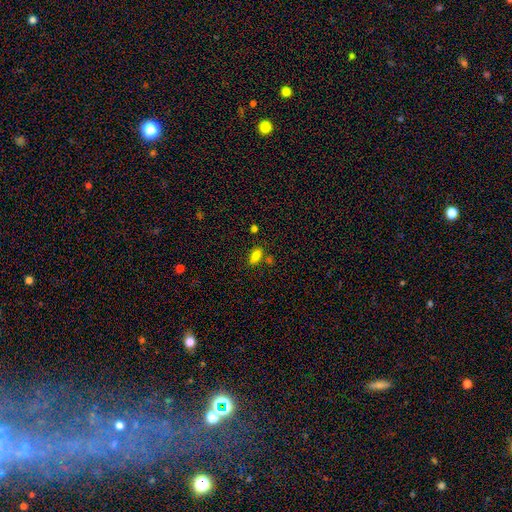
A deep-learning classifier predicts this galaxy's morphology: Smooth or featured? smooth (81%)
How rounded? in between (87%)
Merging? none (74%)